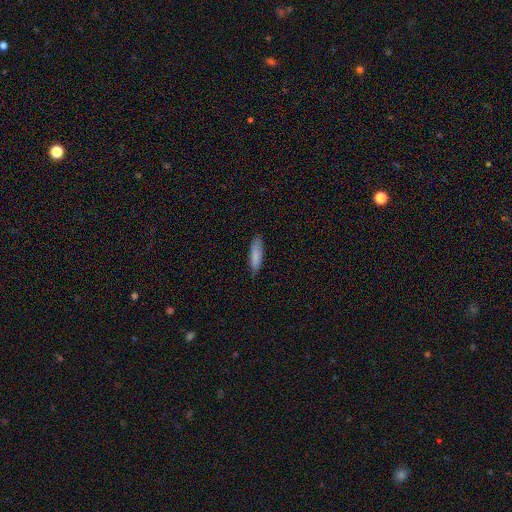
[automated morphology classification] This appears to be a smooth galaxy with no disk features (84%) that is cigar-shaped (63%). Merging: none (83%).